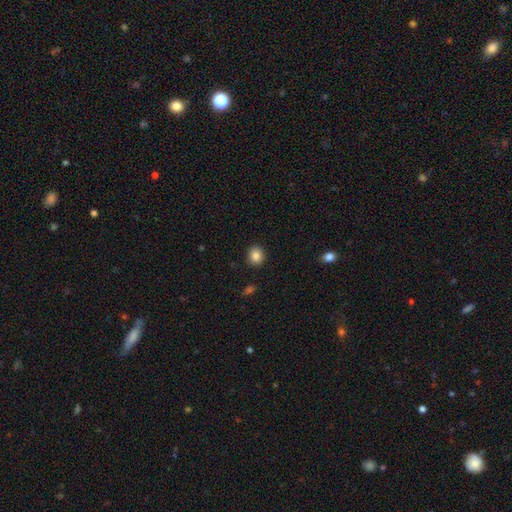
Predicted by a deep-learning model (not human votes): Morphology: type=smooth (86%); roundness=round (78%); merging=none (91%).